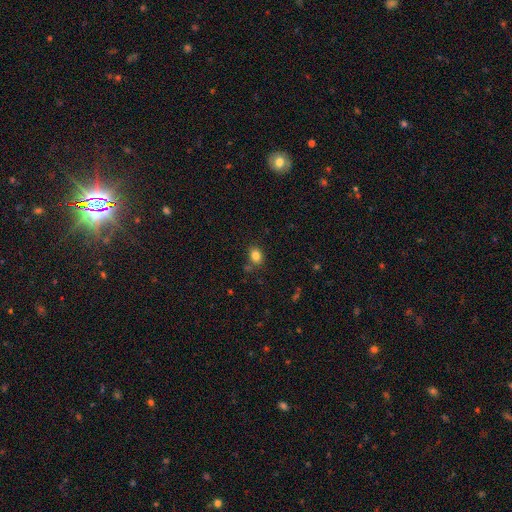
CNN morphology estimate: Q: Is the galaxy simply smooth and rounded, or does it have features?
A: smooth — 82%.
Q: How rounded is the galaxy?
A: in between — 55%.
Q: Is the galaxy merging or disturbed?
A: none — 74%.